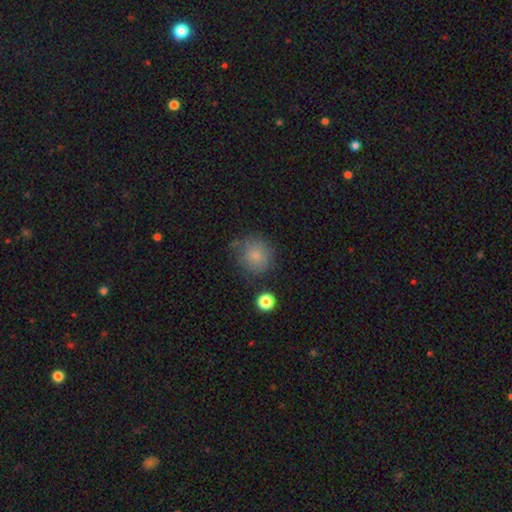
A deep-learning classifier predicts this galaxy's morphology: Overall: smooth (80%). How rounded: round (91%). Merging: none (70%).